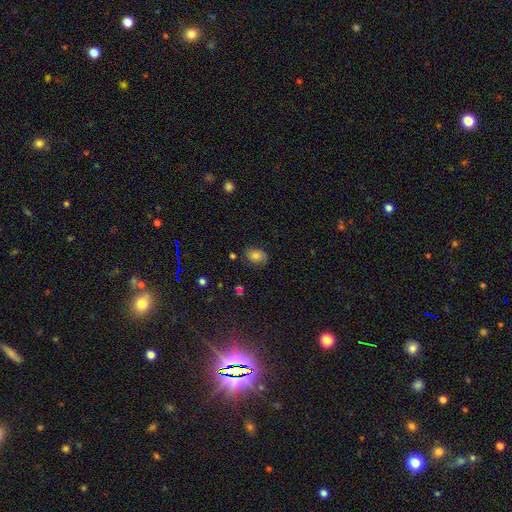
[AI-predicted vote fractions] smooth-or-featured: smooth: 72% | featured or disk: 15% | star or artifact: 13%
  how-rounded: in between: 71% | round: 28% | cigar-shaped: 1%
  merging: none: 74% | minor disturbance: 19% | major disturbance: 5% | merger: 2%